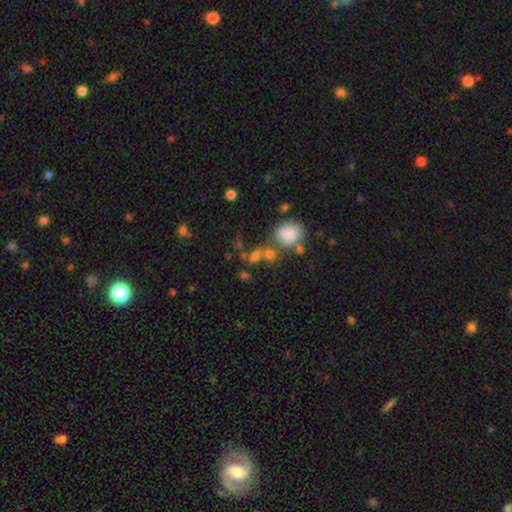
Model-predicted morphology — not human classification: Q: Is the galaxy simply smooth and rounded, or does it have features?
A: smooth — 68%.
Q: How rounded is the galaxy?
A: in between — 49%.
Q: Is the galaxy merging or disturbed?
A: none — 42%.